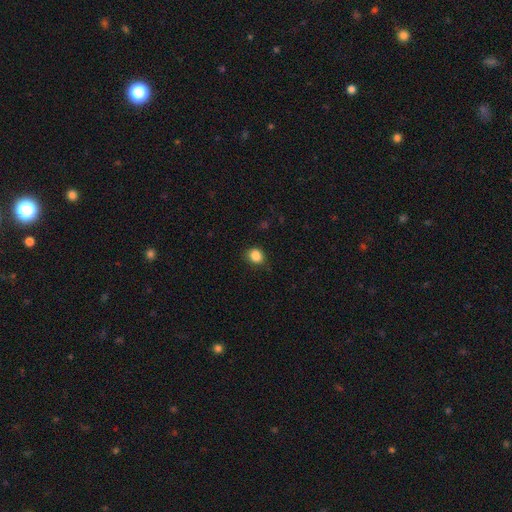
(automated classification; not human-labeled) Smooth or featured?
  - smooth: 86% *
  - star or artifact: 10%
  - featured or disk: 3%
How rounded?
  - round: 59% *
  - in between: 40%
  - cigar-shaped: 1%
Merging?
  - none: 78% *
  - minor disturbance: 17%
  - major disturbance: 4%
  - merger: 1%